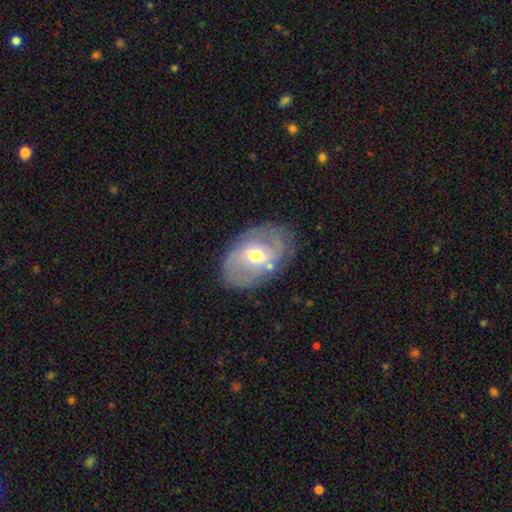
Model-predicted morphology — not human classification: Q: Smooth or featured?
A: featured or disk (67%); runner-up: smooth (27%)
Q: Edge-on disk?
A: no (94%); runner-up: yes (6%)
Q: Bar?
A: weak (45%); runner-up: no (40%)
Q: Spiral arms?
A: yes (68%); runner-up: no (32%)
Q: Bulge size?
A: moderate (68%); runner-up: small (23%)
Q: Merging?
A: none (73%); runner-up: minor disturbance (17%)